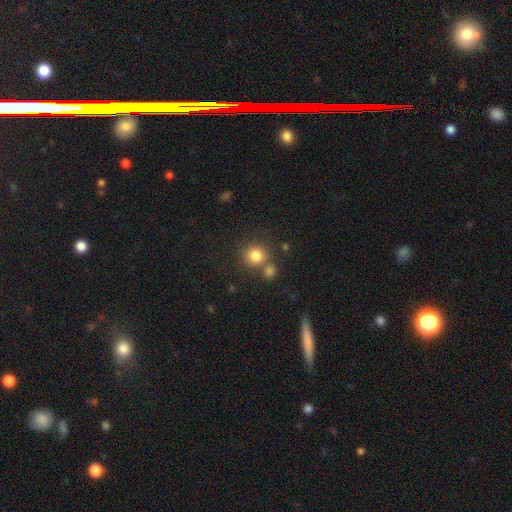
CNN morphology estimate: This appears to be a smooth galaxy with no disk features (82%) that is round (90%). Merging: none (66%).